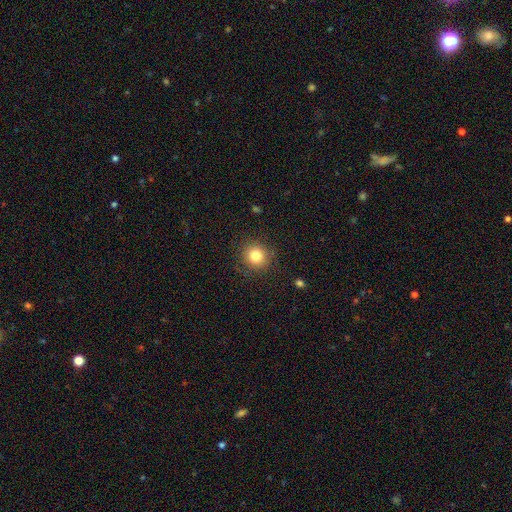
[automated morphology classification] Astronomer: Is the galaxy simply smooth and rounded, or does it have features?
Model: smooth — 81%.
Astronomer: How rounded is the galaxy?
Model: round — 90%.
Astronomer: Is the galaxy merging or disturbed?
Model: none — 88%.